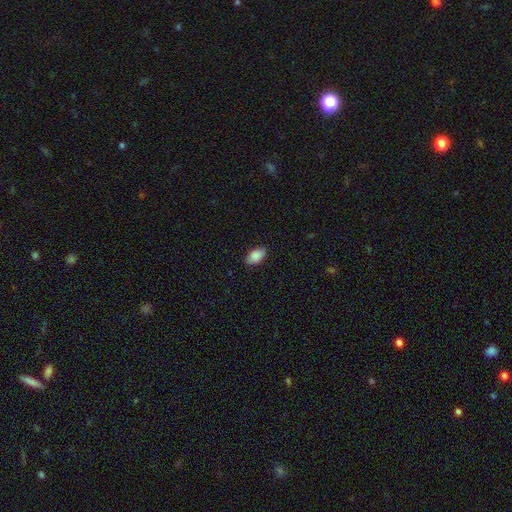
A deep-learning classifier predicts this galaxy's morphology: A smooth galaxy with no disk features (89%) that is in between round and cigar-shaped (92%).

Vote fractions:
- Smooth or featured? smooth: 89% / star or artifact: 7% / featured or disk: 4%
- How rounded? in between: 92% / round: 6% / cigar-shaped: 2%
- Merging? none: 85% / minor disturbance: 12% / major disturbance: 2% / merger: 1%